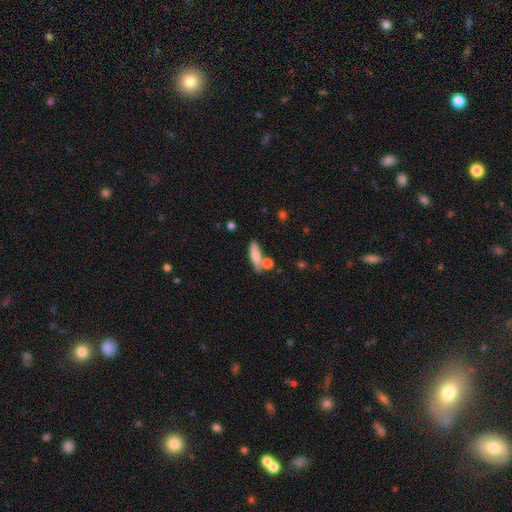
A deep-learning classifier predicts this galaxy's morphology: Q: Smooth or featured?
A: smooth (74%); runner-up: featured or disk (18%)
Q: How rounded?
A: cigar-shaped (55%); runner-up: in between (42%)
Q: Merging?
A: none (60%); runner-up: merger (19%)